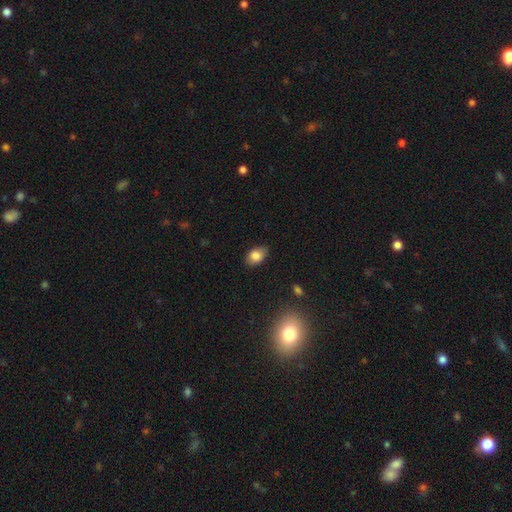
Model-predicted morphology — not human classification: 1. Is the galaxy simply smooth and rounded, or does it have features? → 83% smooth, 9% star or artifact, 8% featured or disk.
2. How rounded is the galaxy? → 82% in between, 16% round, 1% cigar-shaped.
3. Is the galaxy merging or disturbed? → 78% none, 17% minor disturbance, 3% major disturbance, 1% merger.